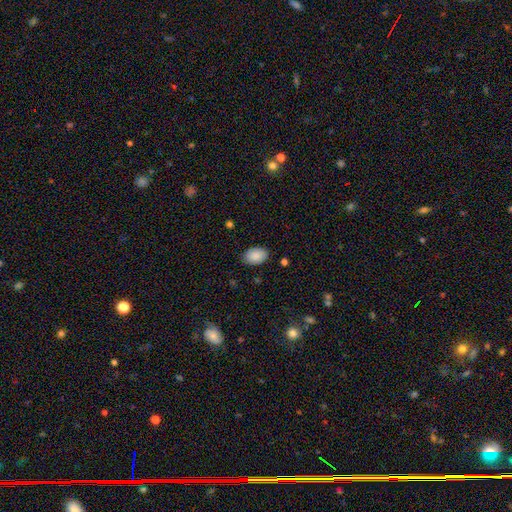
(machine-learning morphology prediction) Overall: smooth (89%). How rounded: in between (88%). Merging: none (87%).